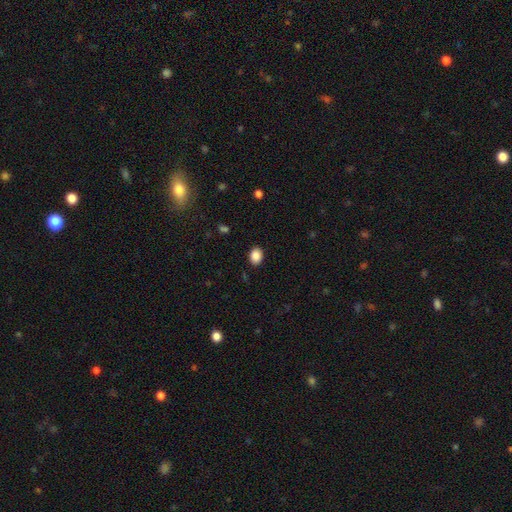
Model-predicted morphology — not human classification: smooth-or-featured: smooth: 88% | star or artifact: 9% | featured or disk: 4%
  how-rounded: in between: 62% | round: 38% | cigar-shaped: 1%
  merging: none: 89% | minor disturbance: 8% | major disturbance: 2% | merger: 1%